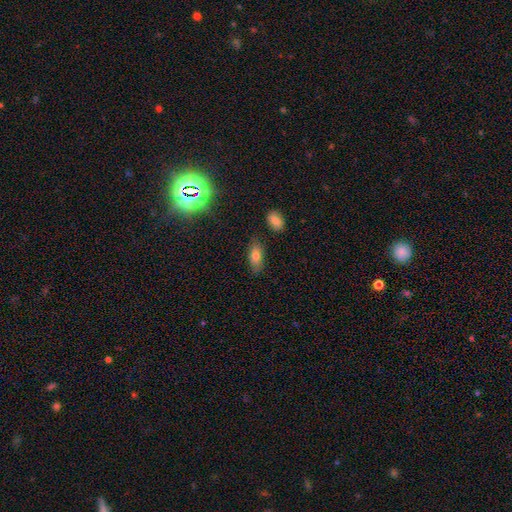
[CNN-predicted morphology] Q: Smooth or featured?
A: smooth (74%); runner-up: featured or disk (15%)
Q: How rounded?
A: in between (84%); runner-up: cigar-shaped (12%)
Q: Merging?
A: none (81%); runner-up: minor disturbance (13%)